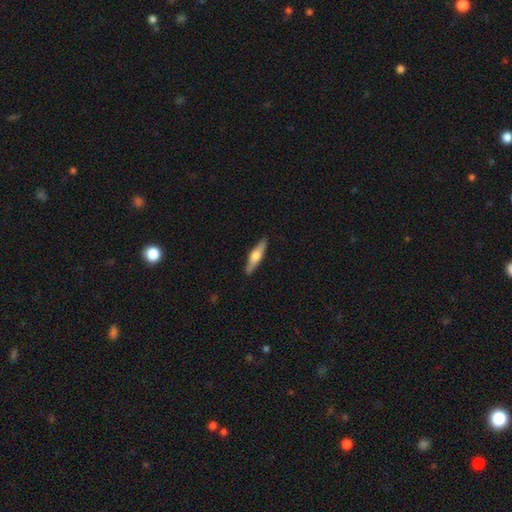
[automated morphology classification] Smooth or featured? featured or disk (49%)
Merging? none (90%)